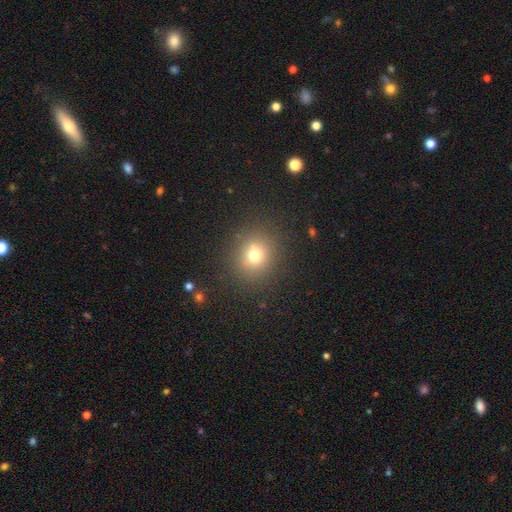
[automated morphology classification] This is likely a smooth galaxy (73%). How rounded: likely round (79%). Merging: clearly none (88%).